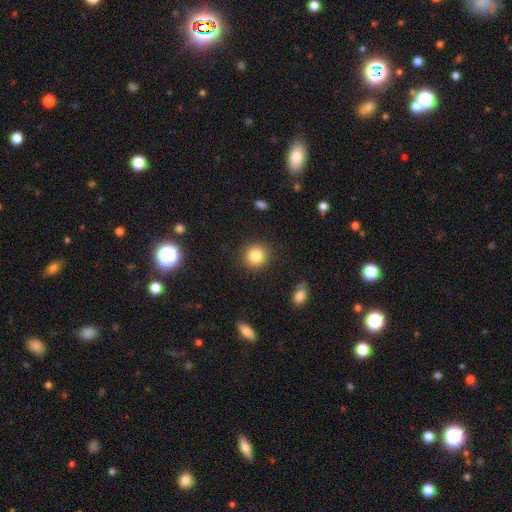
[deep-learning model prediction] Smooth or featured? Predicted: smooth (p=0.84). How rounded? Predicted: round (p=0.89). Merging? Predicted: none (p=0.90).